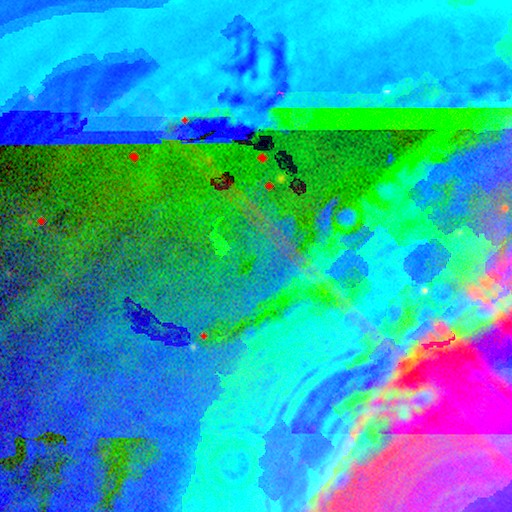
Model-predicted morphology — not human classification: Smooth or featured: star or artifact — 88% (featured or disk — 7%)